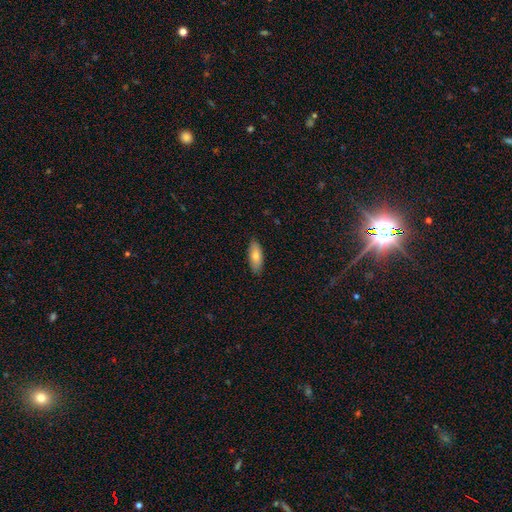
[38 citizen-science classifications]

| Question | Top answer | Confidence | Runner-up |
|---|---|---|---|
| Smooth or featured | smooth | 89% | featured or disk (5%) |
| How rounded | in between | 76% | cigar-shaped (24%) |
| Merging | none | 81% | minor disturbance (17%) |